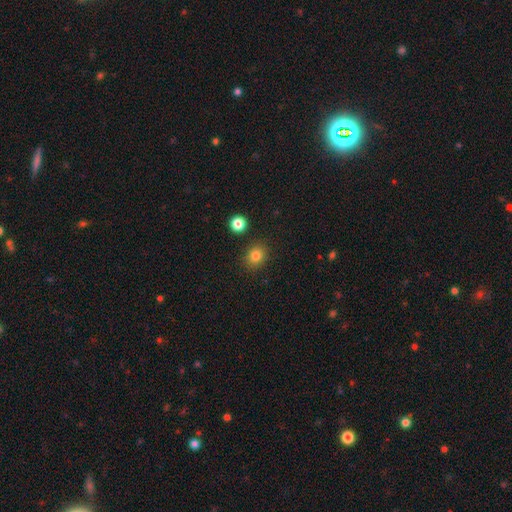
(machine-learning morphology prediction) smooth-or-featured: smooth: 82% | star or artifact: 12% | featured or disk: 6%
  how-rounded: round: 69% | in between: 30% | cigar-shaped: 1%
  merging: none: 87% | minor disturbance: 8% | merger: 3% | major disturbance: 2%